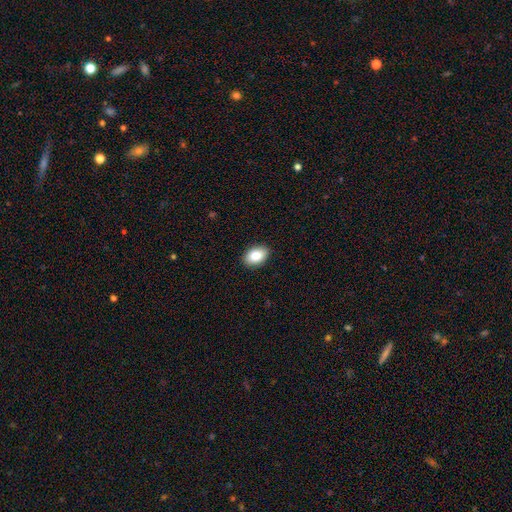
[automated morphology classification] Smooth or featured?
  - smooth: 85% *
  - featured or disk: 7%
  - star or artifact: 7%
How rounded?
  - in between: 87% *
  - round: 11%
  - cigar-shaped: 1%
Merging?
  - none: 90% *
  - minor disturbance: 7%
  - major disturbance: 2%
  - merger: 1%